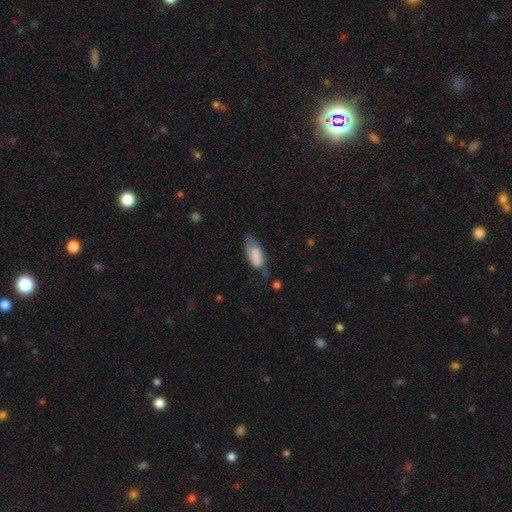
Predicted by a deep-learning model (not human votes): A smooth galaxy with no disk features (79%) that is in between round and cigar-shaped (89%). Merging: minor disturbance (40%).